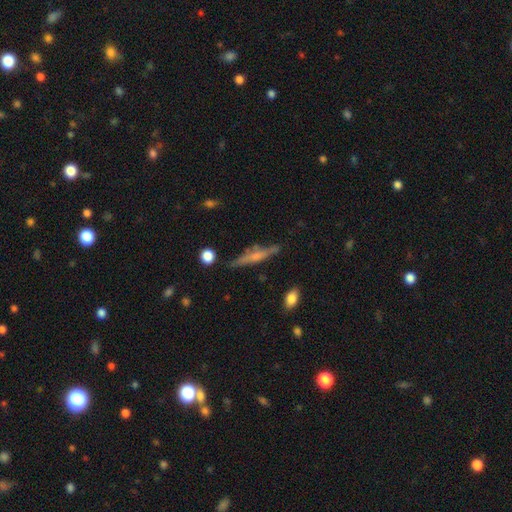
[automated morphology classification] Smooth or featured? Predicted: featured or disk (p=0.52). Edge-on disk? Predicted: yes (p=0.91). Merging? Predicted: none (p=0.72).